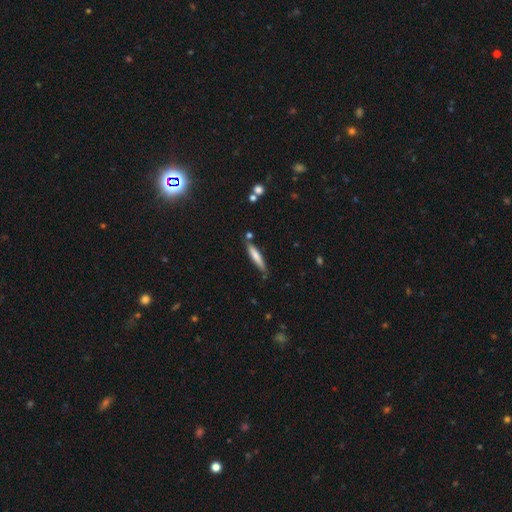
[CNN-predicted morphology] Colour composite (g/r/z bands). It shows a smooth galaxy with no disk features (68%) that is cigar-shaped (89%). Merging: none (77%).